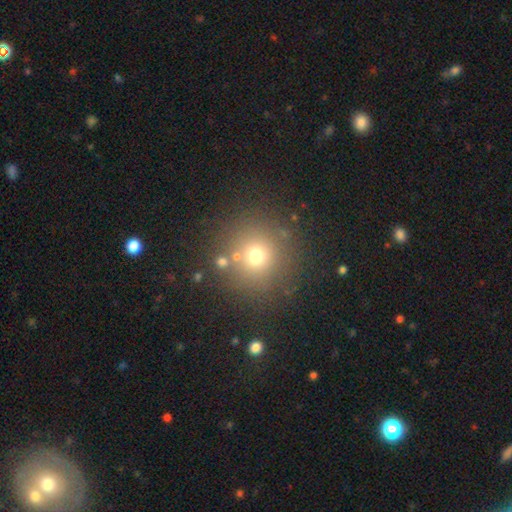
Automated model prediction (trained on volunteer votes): This is likely a smooth galaxy (69%). How rounded: clearly round (93%). Merging: clearly none (82%).